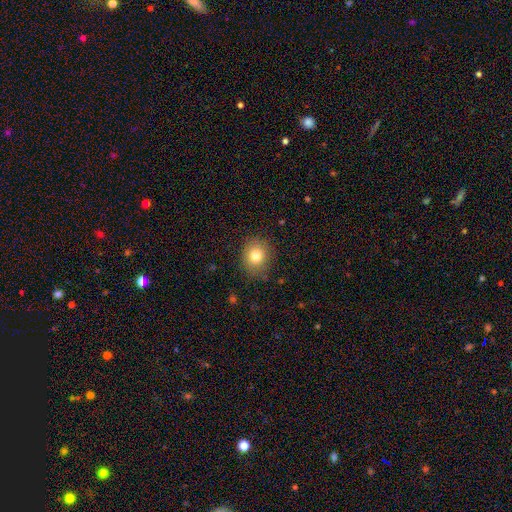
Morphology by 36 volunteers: Overall: smooth (92%). How rounded: round (79%). Merging: none (77%).